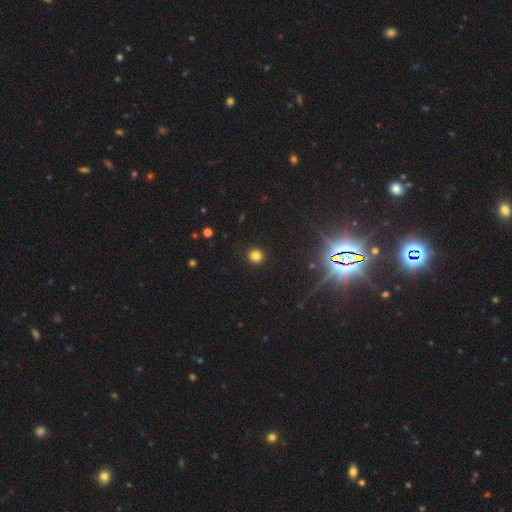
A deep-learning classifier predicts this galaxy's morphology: Smooth or featured? smooth (80%)
How rounded? round (92%)
Merging? none (92%)